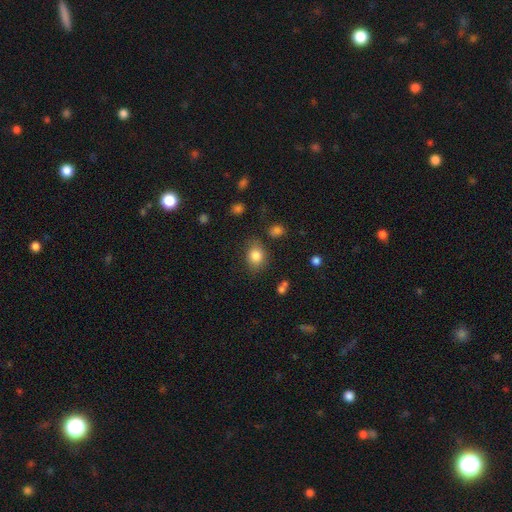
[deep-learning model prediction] Smooth or featured? smooth (82%)
How rounded? in between (51%)
Merging? none (75%)